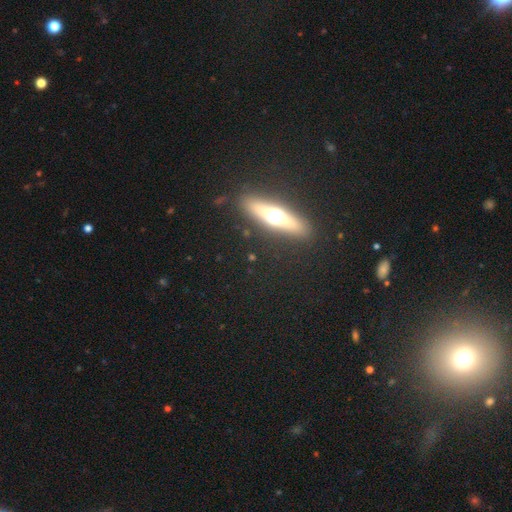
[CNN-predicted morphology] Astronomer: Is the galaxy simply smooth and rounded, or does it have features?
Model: featured or disk — 63%.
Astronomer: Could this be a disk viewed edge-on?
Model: yes — 92%.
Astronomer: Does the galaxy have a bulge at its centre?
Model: rounded — 93%.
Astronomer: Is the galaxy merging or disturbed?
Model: none — 88%.